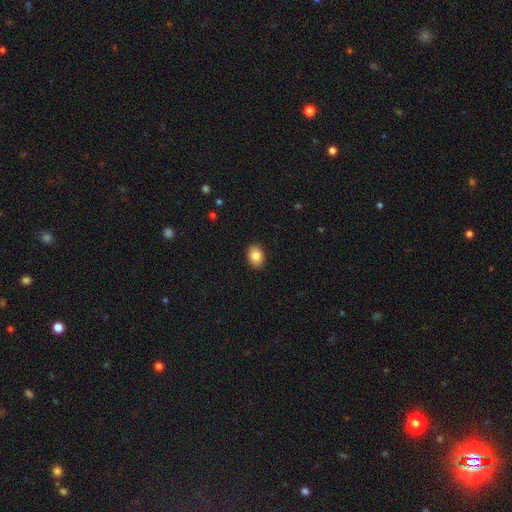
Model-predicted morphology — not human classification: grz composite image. It shows a smooth galaxy with no disk features (84%) that is in between round and cigar-shaped (70%). Merging: none (90%).